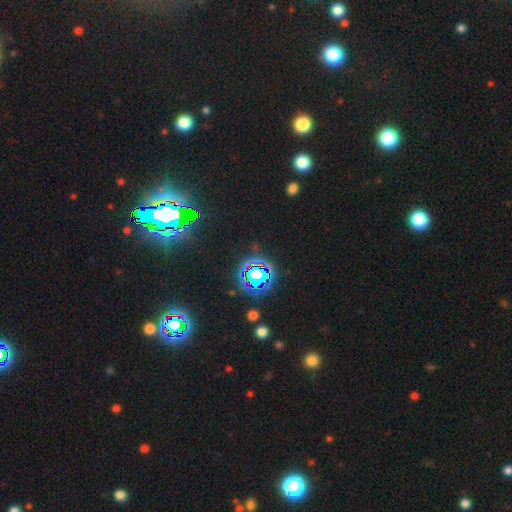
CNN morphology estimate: A star or artifact, not a galaxy (83%).